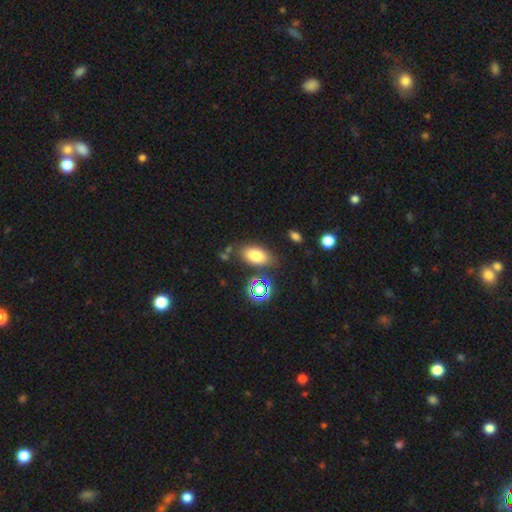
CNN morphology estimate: Smooth or featured?
  - smooth: 75% *
  - star or artifact: 13%
  - featured or disk: 11%
How rounded?
  - in between: 86% *
  - round: 9%
  - cigar-shaped: 5%
Merging?
  - none: 76% *
  - minor disturbance: 13%
  - merger: 6%
  - major disturbance: 4%